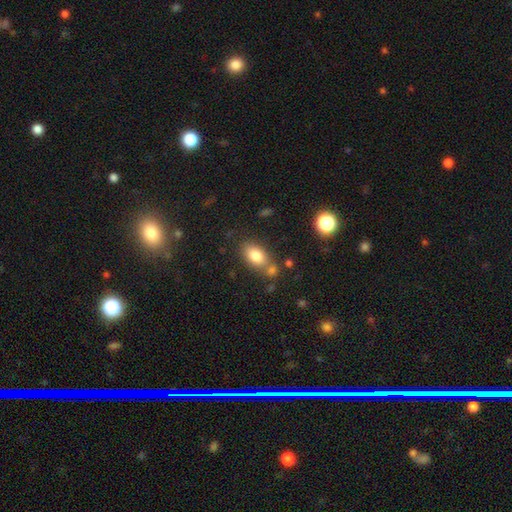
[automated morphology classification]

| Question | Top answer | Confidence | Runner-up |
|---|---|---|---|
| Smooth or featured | smooth | 81% | featured or disk (10%) |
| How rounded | in between | 85% | round (13%) |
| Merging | none | 63% | merger (18%) |